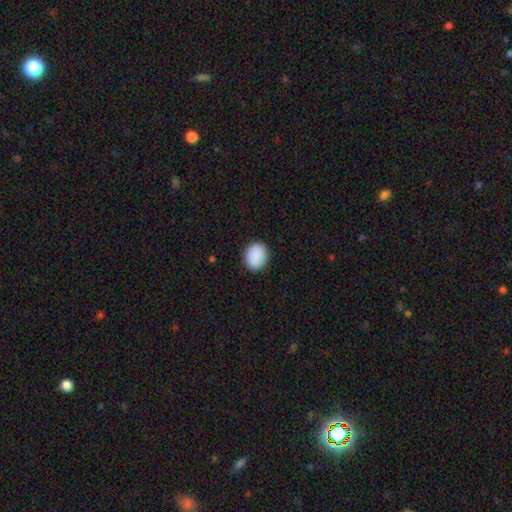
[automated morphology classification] smooth 90%, star or artifact 7%, featured or disk 3%. Down the decision tree: how rounded — round (53%); merging — none (90%).